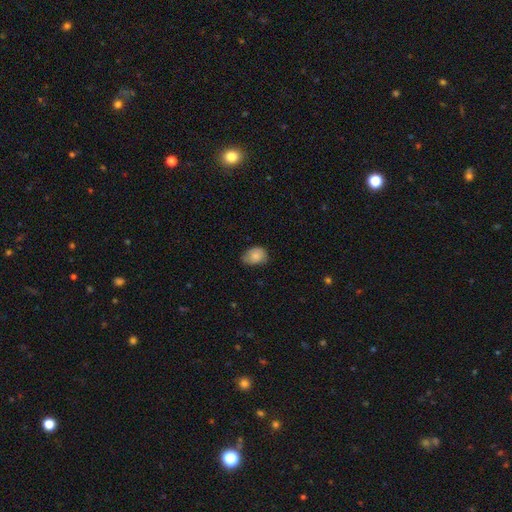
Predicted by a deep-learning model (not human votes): The model was most divided on "merging": none: 64%, minor disturbance: 30%, major disturbance: 5%, merger: 1%. More confident: smooth or featured — smooth (84%); how rounded — in between (73%).